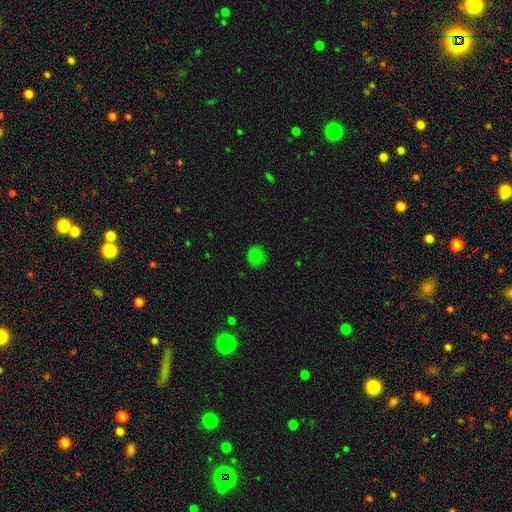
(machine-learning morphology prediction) The model was most divided on "smooth or featured": smooth: 79%, star or artifact: 16%, featured or disk: 5%. More confident: how rounded — round (85%); merging — none (83%).